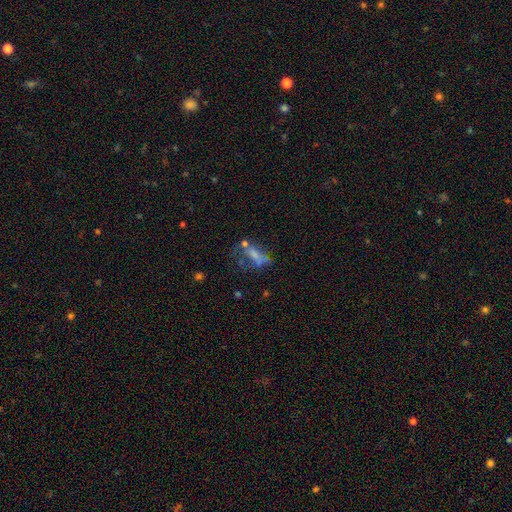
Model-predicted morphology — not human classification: A smooth galaxy with no disk features (47%). Merging: major disturbance (31%).